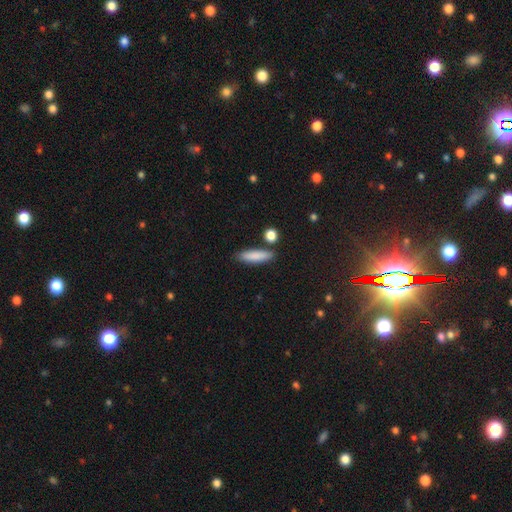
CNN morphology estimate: Q: Smooth or featured?
A: smooth (84%); runner-up: featured or disk (9%)
Q: How rounded?
A: cigar-shaped (65%); runner-up: in between (32%)
Q: Merging?
A: none (80%); runner-up: minor disturbance (11%)